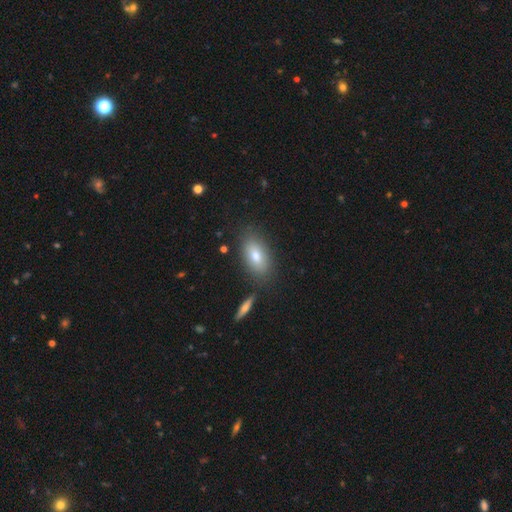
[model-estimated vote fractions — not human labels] This appears to be a smooth galaxy with no disk features (76%) that is in between round and cigar-shaped (88%). Merging: none (81%).